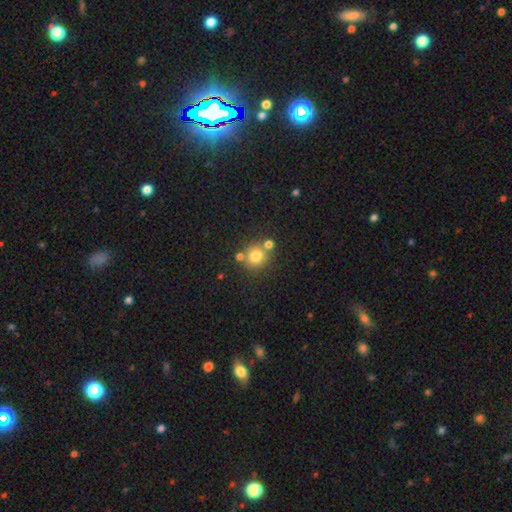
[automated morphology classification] Smooth or featured? Predicted: smooth (p=0.77). How rounded? Predicted: round (p=0.91). Merging? Predicted: none (p=0.71).